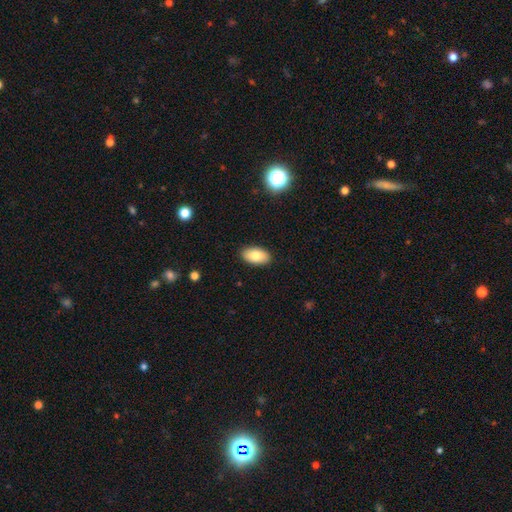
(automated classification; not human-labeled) A smooth galaxy with no disk features (80%) that is in between round and cigar-shaped (95%). Merging: none (89%).